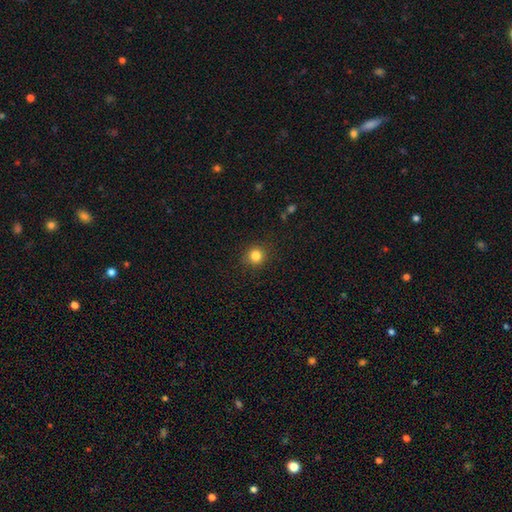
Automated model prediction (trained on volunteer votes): This appears to be a smooth galaxy with no disk features (83%) that is round (91%). Merging: none (89%).